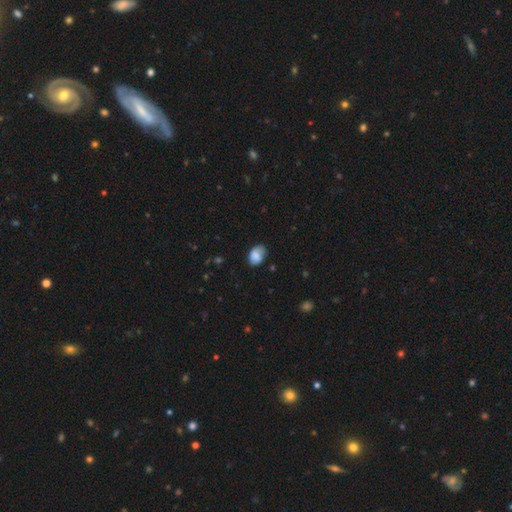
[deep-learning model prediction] smooth 80%, featured or disk 12%, star or artifact 8%. Down the decision tree: how rounded — in between (77%); merging — none (64%).